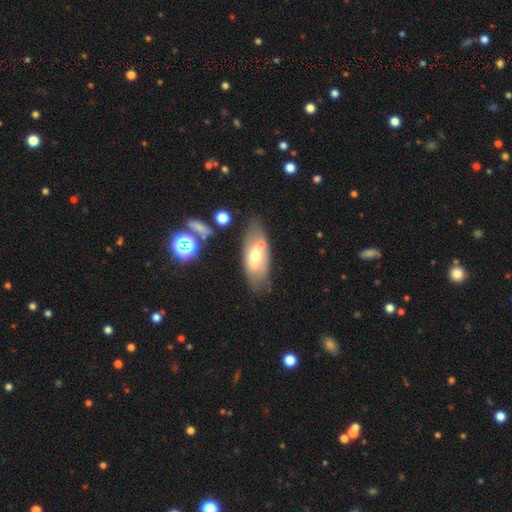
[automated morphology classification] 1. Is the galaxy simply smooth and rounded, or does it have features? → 51% smooth, 42% featured or disk, 7% star or artifact.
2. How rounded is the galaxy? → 85% in between, 12% cigar-shaped, 3% round.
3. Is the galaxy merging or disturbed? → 62% none, 20% minor disturbance, 11% merger, 7% major disturbance.